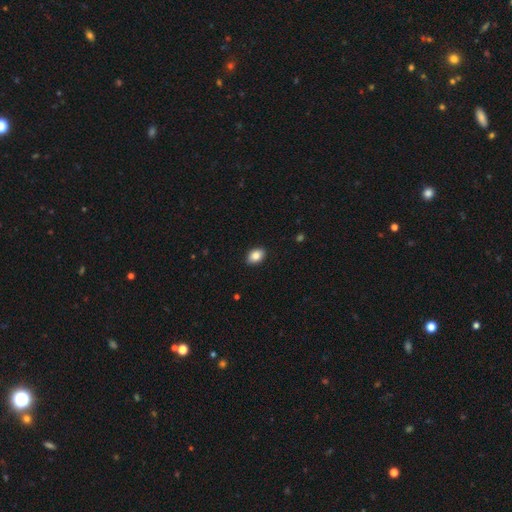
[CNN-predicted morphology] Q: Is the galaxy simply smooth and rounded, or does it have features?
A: smooth — 86%.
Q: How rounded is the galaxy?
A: in between — 83%.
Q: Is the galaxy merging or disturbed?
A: none — 90%.